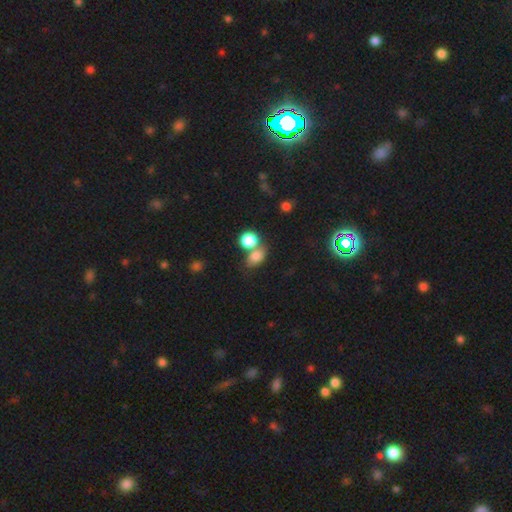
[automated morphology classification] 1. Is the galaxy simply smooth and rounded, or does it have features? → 78% smooth, 13% star or artifact, 9% featured or disk.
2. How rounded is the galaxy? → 61% in between, 37% round, 2% cigar-shaped.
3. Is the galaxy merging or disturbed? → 42% merger, 41% none, 12% minor disturbance, 5% major disturbance.